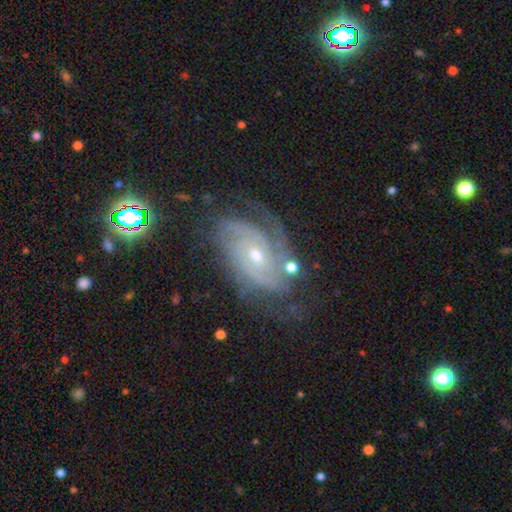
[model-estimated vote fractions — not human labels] A featured or disk galaxy (88%) with no bar (70%), 3 (27%, tied with 2) tight (68%) spiral arms (97%) and a small central bulge (52%).

Vote fractions:
- Smooth or featured? featured or disk: 88% / star or artifact: 6% / smooth: 6%
- Edge-on disk? no: 96% / yes: 4%
- Bar? no: 70% / weak: 24% / strong: 6%
- Spiral arms? yes: 97% / no: 3%
- Spiral winding? tight: 68% / medium: 26% / loose: 5%
- Spiral arm count? 3: 27% (tied) / 2: 27% (tied) / can't tell: 25% / 4: 10% / more than 4: 5% / 1: 5%
- Bulge size? small: 52% / moderate: 45% / large: 1% / none: 1% / dominant: 1%
- Merging? none: 66% / minor disturbance: 21% / major disturbance: 9% / merger: 3%